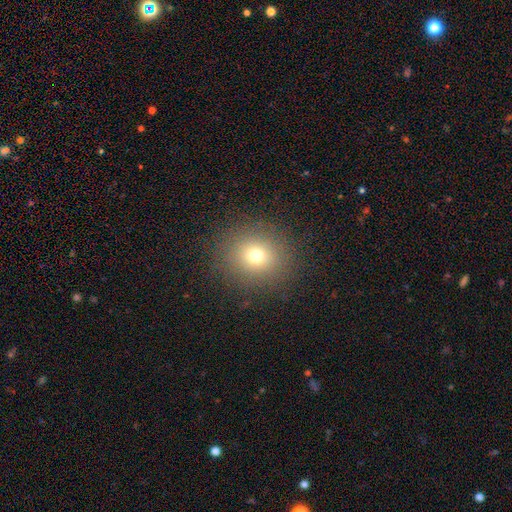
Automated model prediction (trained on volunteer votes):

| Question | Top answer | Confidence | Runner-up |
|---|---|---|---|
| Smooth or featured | smooth | 70% | star or artifact (18%) |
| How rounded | round | 86% | in between (13%) |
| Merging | none | 87% | minor disturbance (8%) |